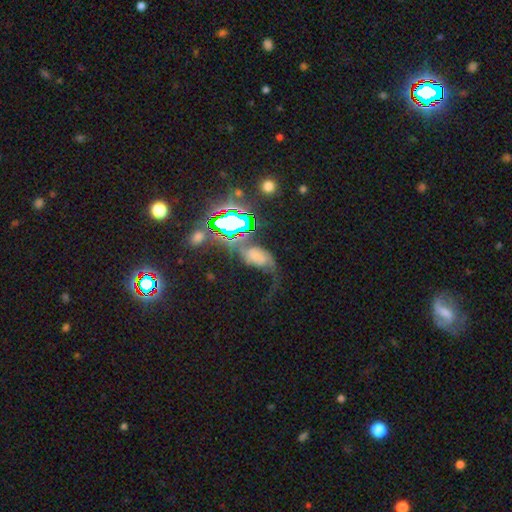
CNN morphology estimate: type=featured or disk (46%); merging=major disturbance (36%).